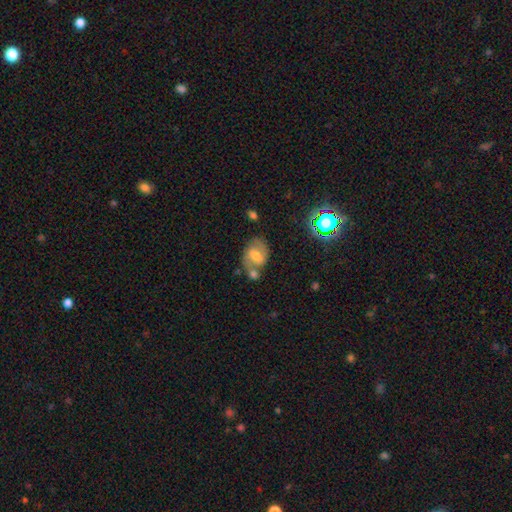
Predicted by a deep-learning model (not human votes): Q: Smooth or featured?
A: featured or disk (45%); runner-up: smooth (44%)
Q: Merging?
A: none (52%); runner-up: merger (22%)